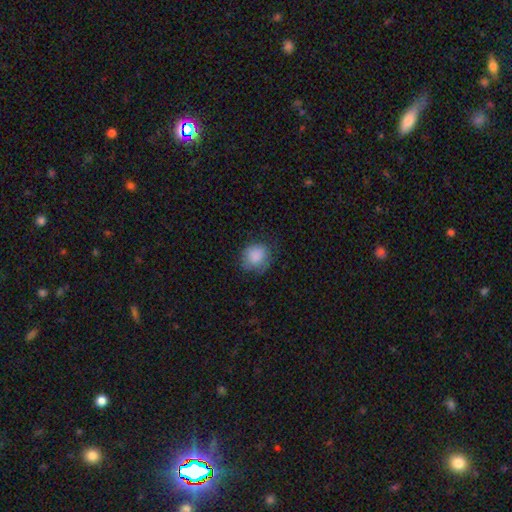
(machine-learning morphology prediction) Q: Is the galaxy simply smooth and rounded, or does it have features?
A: smooth — 86%.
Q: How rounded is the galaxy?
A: round — 76%.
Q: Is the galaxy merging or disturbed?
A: none — 69%.